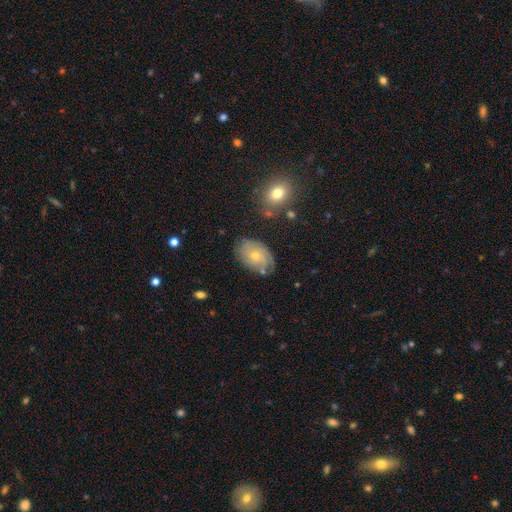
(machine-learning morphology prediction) A featured or disk galaxy (50%). Merging: none (69%).